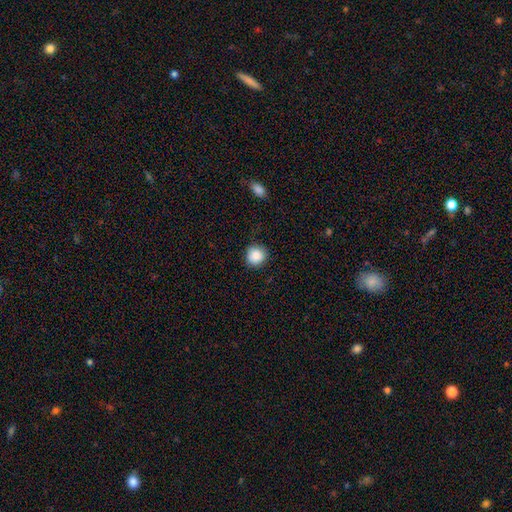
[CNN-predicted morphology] type=smooth (86%); roundness=round (91%); merging=none (85%).